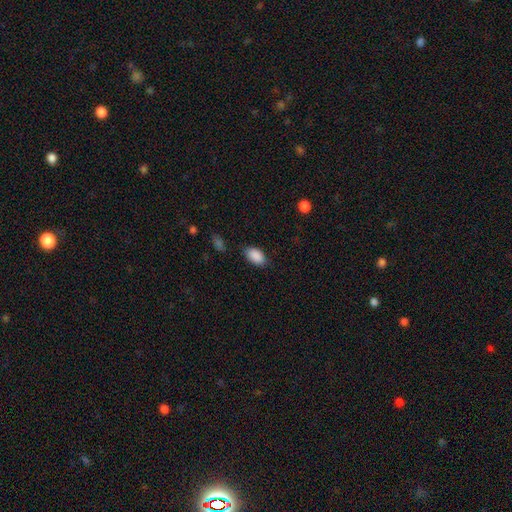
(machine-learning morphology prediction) Smooth or featured? smooth (90%)
How rounded? in between (93%)
Merging? none (83%)